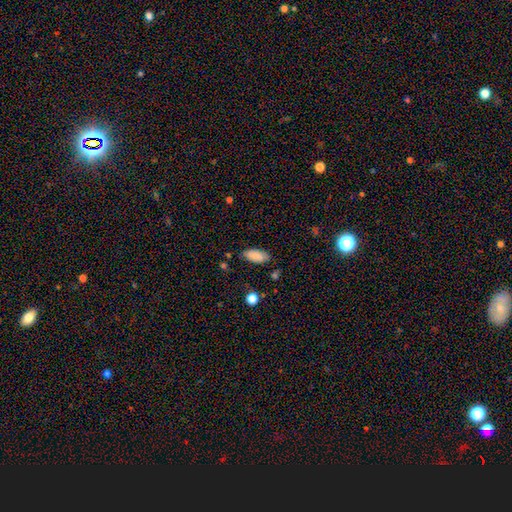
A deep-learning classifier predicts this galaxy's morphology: A smooth galaxy with no disk features (86%) that is in between round and cigar-shaped (89%).

Vote fractions:
- Smooth or featured? smooth: 86% / star or artifact: 8% / featured or disk: 6%
- How rounded? in between: 89% / cigar-shaped: 9% / round: 2%
- Merging? none: 79% / minor disturbance: 15% / major disturbance: 3% / merger: 2%